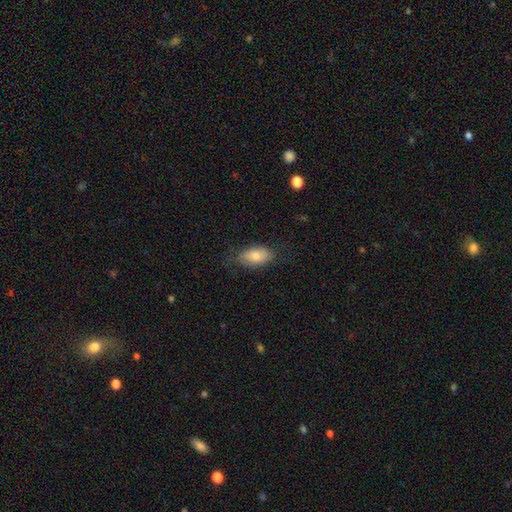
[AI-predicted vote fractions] smooth-or-featured: smooth: 72% | featured or disk: 20% | star or artifact: 8%
  how-rounded: in between: 92% | round: 6% | cigar-shaped: 3%
  merging: none: 73% | minor disturbance: 20% | major disturbance: 6% | merger: 1%